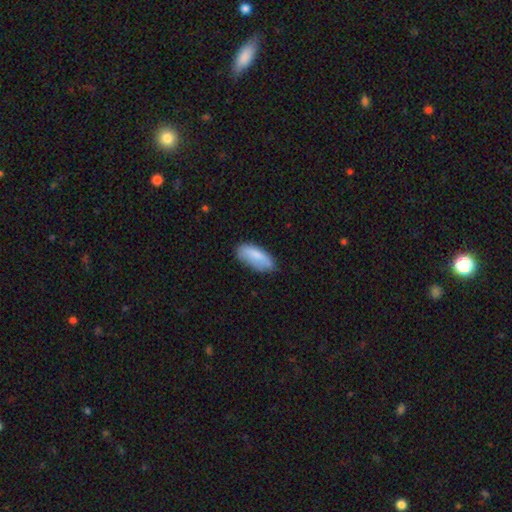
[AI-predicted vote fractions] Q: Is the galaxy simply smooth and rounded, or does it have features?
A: smooth — 81%.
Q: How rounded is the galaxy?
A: in between — 83%.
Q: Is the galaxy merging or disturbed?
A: none — 66%.